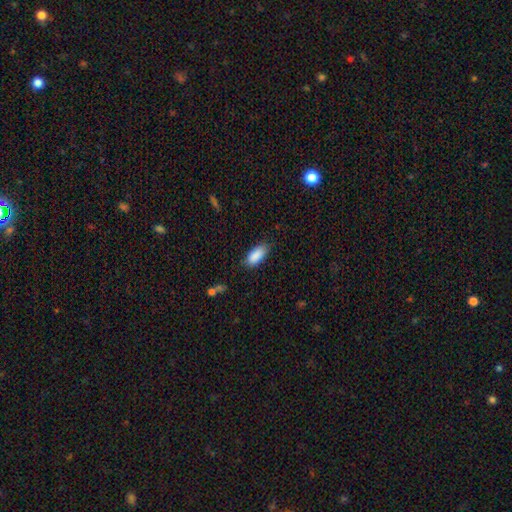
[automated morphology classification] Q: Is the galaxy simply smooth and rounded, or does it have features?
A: smooth — 89%.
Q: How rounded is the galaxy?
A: in between — 88%.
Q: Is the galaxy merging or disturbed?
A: none — 79%.